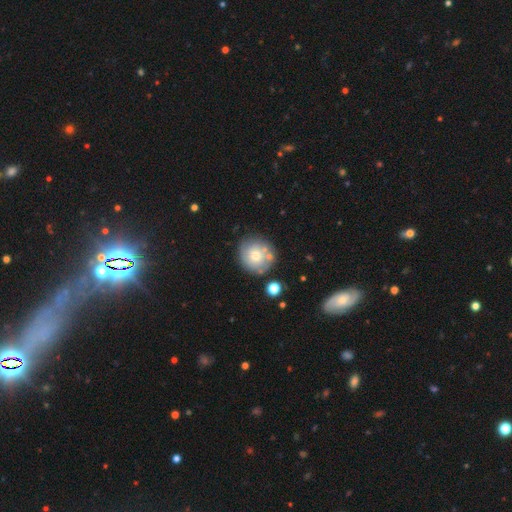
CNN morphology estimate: Overall: smooth (59%; featured or disk 32%). How rounded: round (90%). Merging: none (71%).